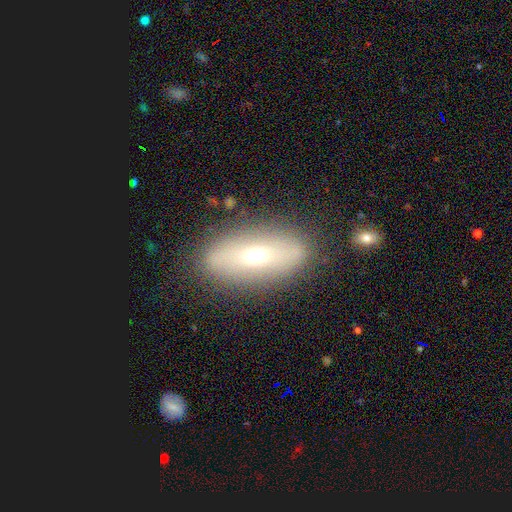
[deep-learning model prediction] Smooth or featured?
  - smooth: 49% *
  - featured or disk: 42%
  - star or artifact: 9%
Merging?
  - none: 83% *
  - minor disturbance: 11%
  - major disturbance: 4%
  - merger: 2%